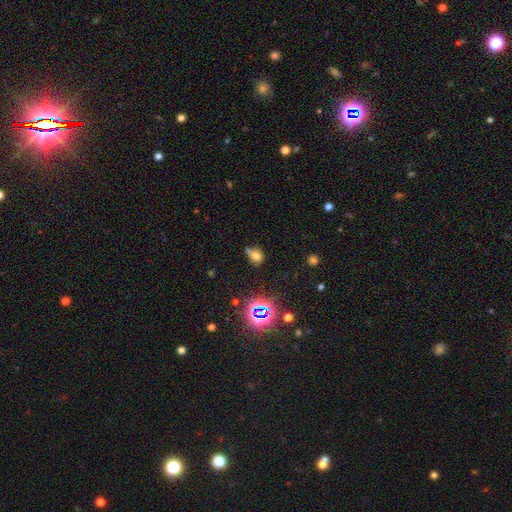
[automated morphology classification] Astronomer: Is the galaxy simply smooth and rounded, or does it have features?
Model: smooth — 61%.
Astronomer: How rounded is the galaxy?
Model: in between — 61%.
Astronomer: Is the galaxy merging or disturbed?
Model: none — 44% (runner-up: minor disturbance, 30%).